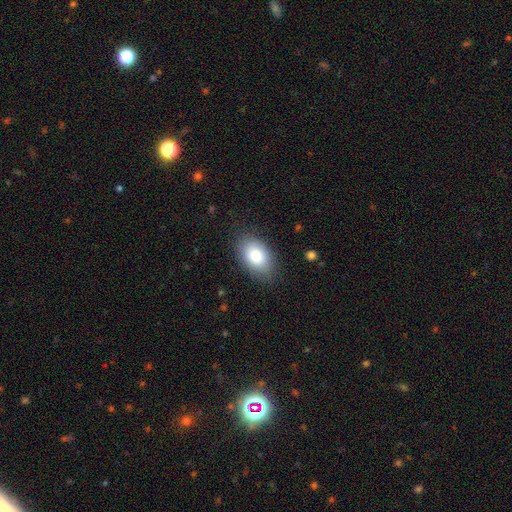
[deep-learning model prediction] smooth 81%, featured or disk 11%, star or artifact 8%. Down the decision tree: how rounded — in between (90%); merging — none (83%).